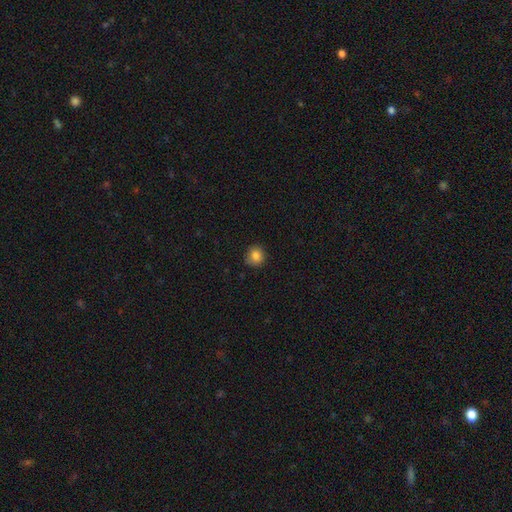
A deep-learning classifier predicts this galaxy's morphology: A smooth galaxy with no disk features (84%) that is round (88%). Merging: none (83%).